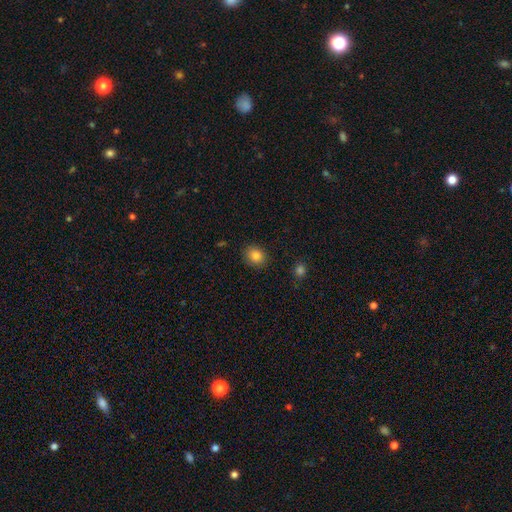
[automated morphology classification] A smooth galaxy with no disk features (84%) that is round (60%). Merging: none (88%).